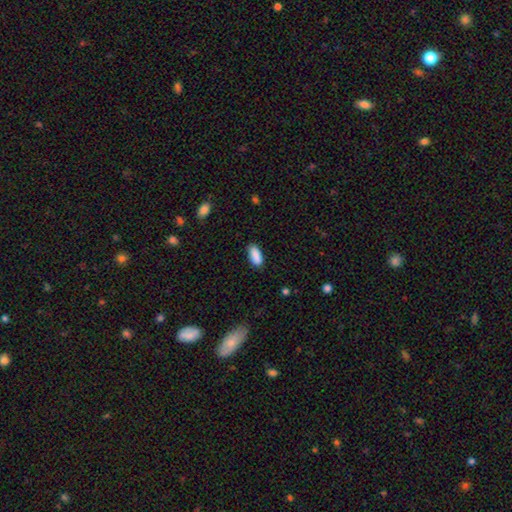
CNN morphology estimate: The model was most divided on "how rounded": in between: 82%, cigar-shaped: 16%, round: 2%. More confident: smooth or featured — smooth (89%); merging — none (84%).